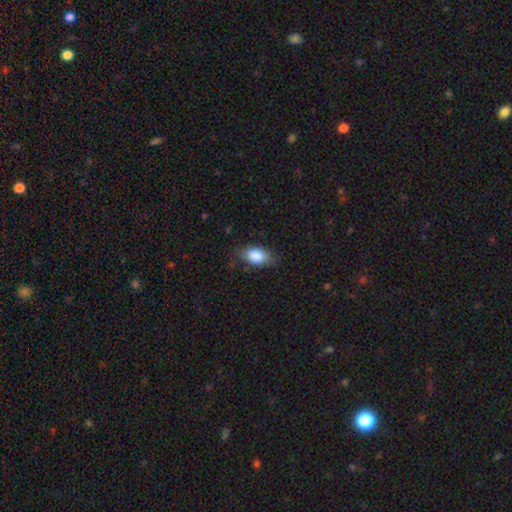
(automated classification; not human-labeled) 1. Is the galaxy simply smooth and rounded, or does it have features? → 86% smooth, 7% featured or disk, 7% star or artifact.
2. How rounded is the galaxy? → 91% in between, 6% round, 3% cigar-shaped.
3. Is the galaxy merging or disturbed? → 75% none, 20% minor disturbance, 5% major disturbance, 1% merger.